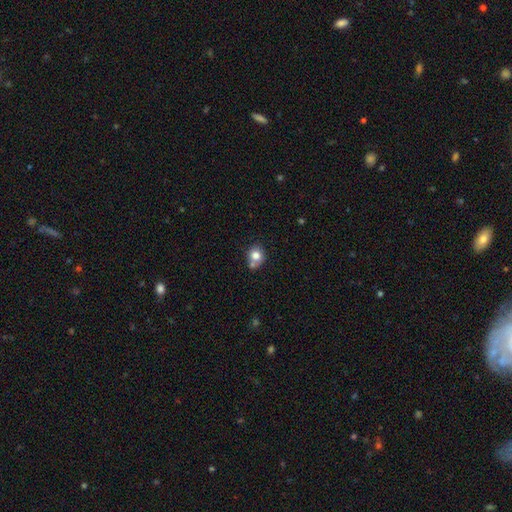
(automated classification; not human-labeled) Q: Smooth or featured?
A: smooth (78%); runner-up: featured or disk (12%)
Q: How rounded?
A: round (77%); runner-up: in between (22%)
Q: Merging?
A: none (54%); runner-up: merger (26%)